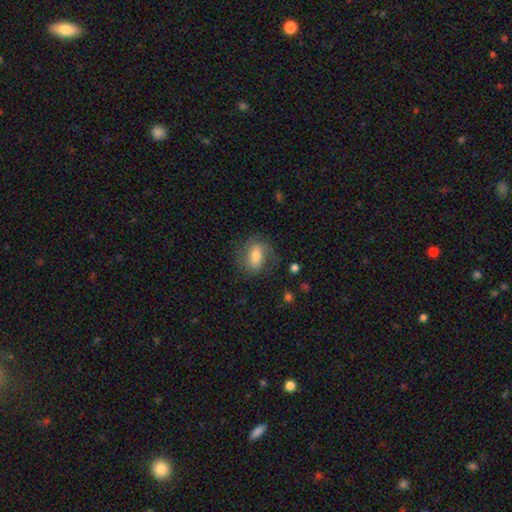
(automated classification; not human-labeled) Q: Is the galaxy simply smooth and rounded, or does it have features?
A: smooth — 55%.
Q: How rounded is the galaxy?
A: in between — 72%.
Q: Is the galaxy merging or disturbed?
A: none — 63%.